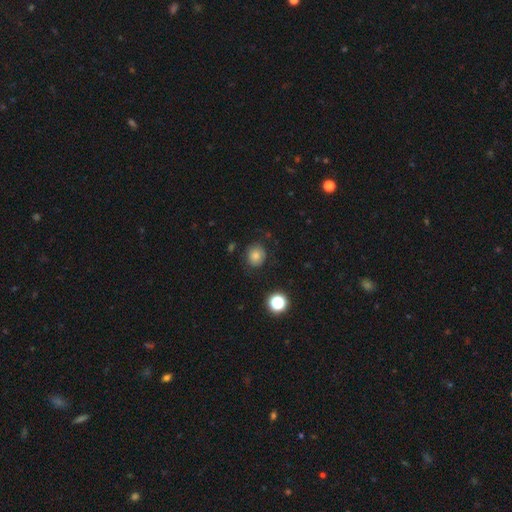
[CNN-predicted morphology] Q: Smooth or featured?
A: smooth (78%); runner-up: star or artifact (13%)
Q: How rounded?
A: round (80%); runner-up: in between (19%)
Q: Merging?
A: none (80%); runner-up: minor disturbance (14%)